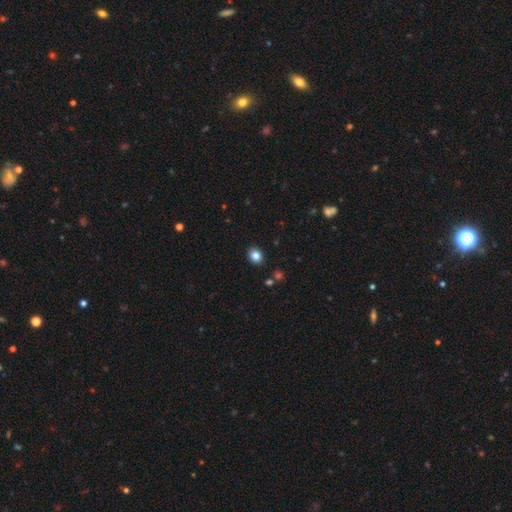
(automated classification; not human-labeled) Smooth or featured?
  - smooth: 84% *
  - star or artifact: 11%
  - featured or disk: 5%
How rounded?
  - round: 55% *
  - in between: 44%
  - cigar-shaped: 1%
Merging?
  - none: 89% *
  - minor disturbance: 7%
  - merger: 2%
  - major disturbance: 2%